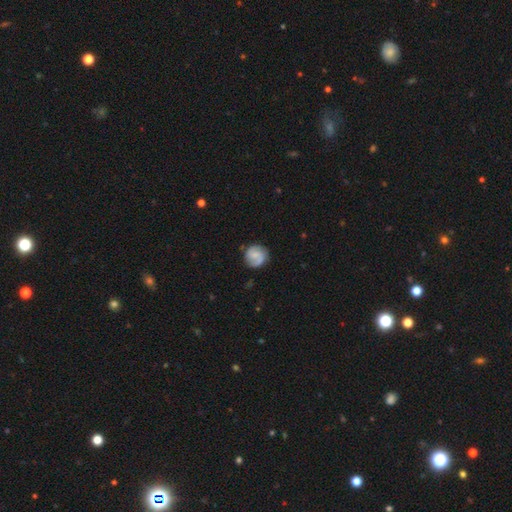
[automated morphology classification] This appears to be a featured or disk galaxy (55%) with no bar (45%, tied with weak), spiral arms (89%) and a small central bulge (46%). Merging: none (78%).